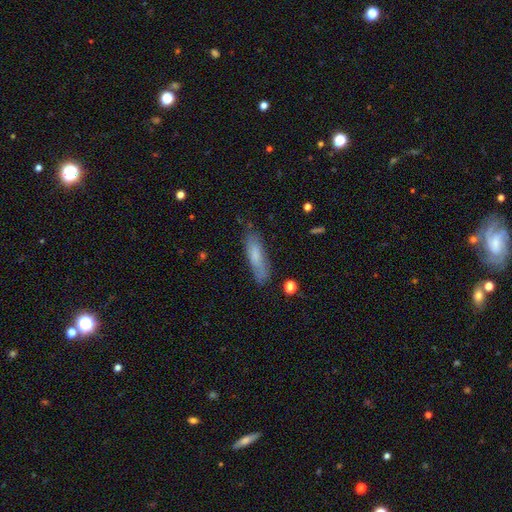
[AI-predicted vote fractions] Smooth or featured: smooth — 69% (featured or disk — 25%)
How rounded: cigar-shaped — 68% (in between — 31%)
Merging: none — 72% (minor disturbance — 21%)